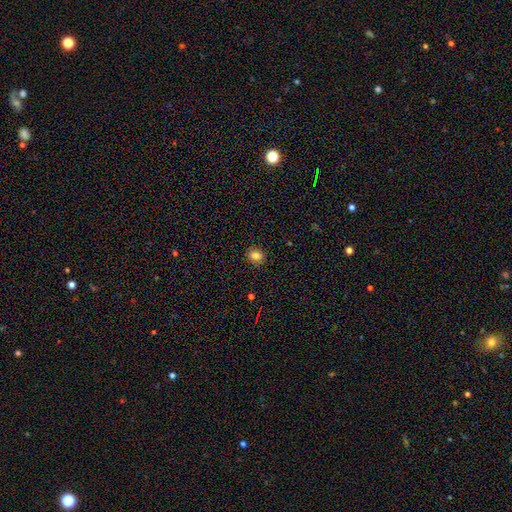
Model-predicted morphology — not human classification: A smooth galaxy with no disk features (82%) that is round (70%).

Vote fractions:
- Smooth or featured? smooth: 82% / star or artifact: 12% / featured or disk: 6%
- How rounded? round: 70% / in between: 29% / cigar-shaped: 1%
- Merging? none: 90% / minor disturbance: 7% / major disturbance: 2% / merger: 1%